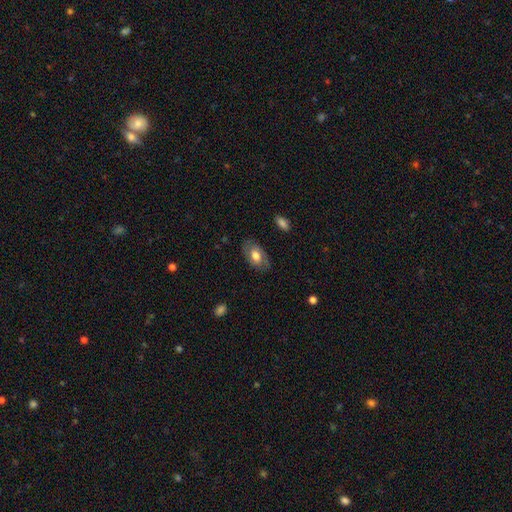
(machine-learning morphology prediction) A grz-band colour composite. It shows a smooth galaxy with no disk features (57%) that is in between round and cigar-shaped (90%). Merging: none (78%).